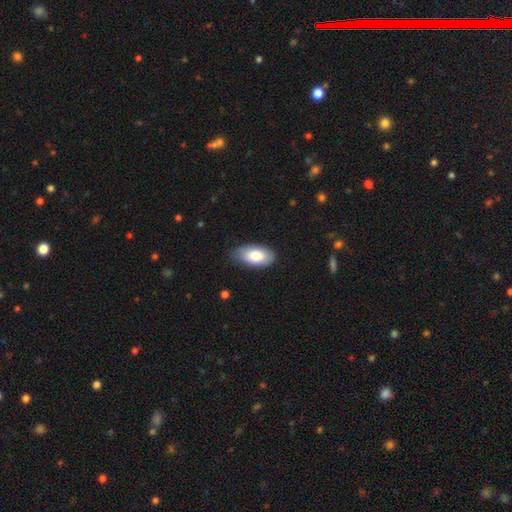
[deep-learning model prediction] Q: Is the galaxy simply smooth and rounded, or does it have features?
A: smooth — 81%.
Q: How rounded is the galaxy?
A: in between — 94%.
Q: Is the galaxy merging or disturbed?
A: none — 77%.